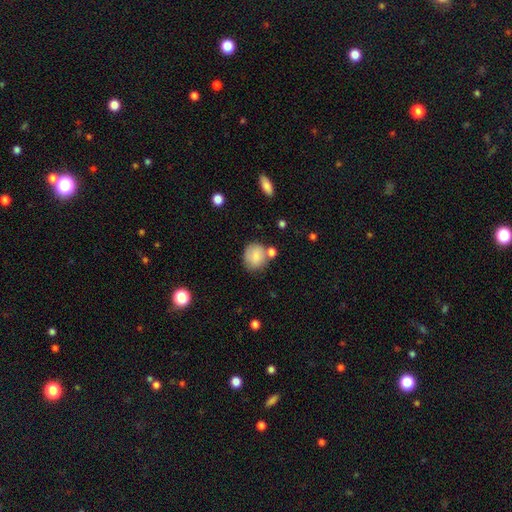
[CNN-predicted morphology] Overall: smooth (80%). How rounded: round (69%; in between 30%). Merging: none (62%).